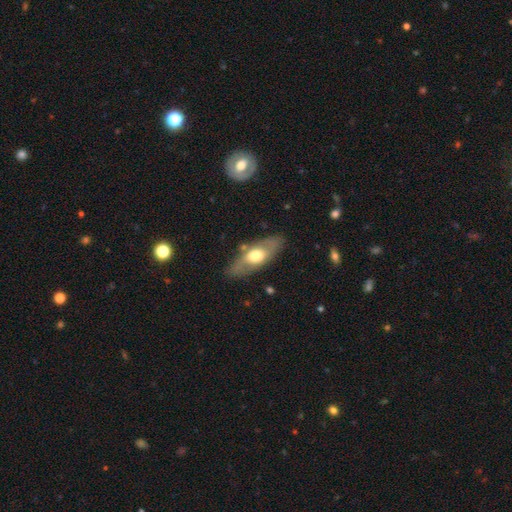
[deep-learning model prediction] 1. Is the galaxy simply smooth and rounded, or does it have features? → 48% smooth, 46% featured or disk, 5% star or artifact.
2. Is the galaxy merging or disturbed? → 79% none, 14% minor disturbance, 4% major disturbance, 2% merger.